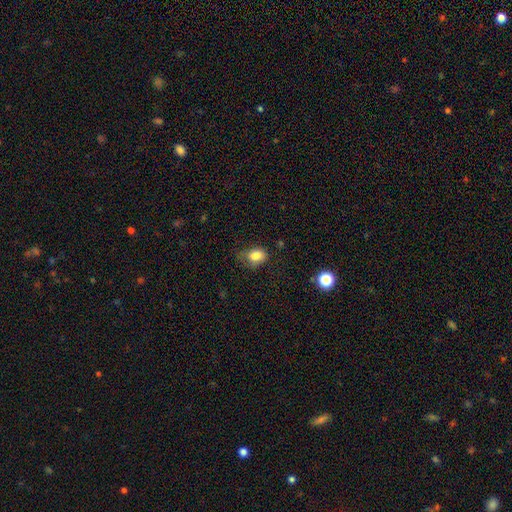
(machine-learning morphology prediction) Smooth or featured?
  - smooth: 83% *
  - star or artifact: 10%
  - featured or disk: 8%
How rounded?
  - in between: 69% *
  - round: 29%
  - cigar-shaped: 1%
Merging?
  - none: 47% *
  - minor disturbance: 34%
  - major disturbance: 16%
  - merger: 2%